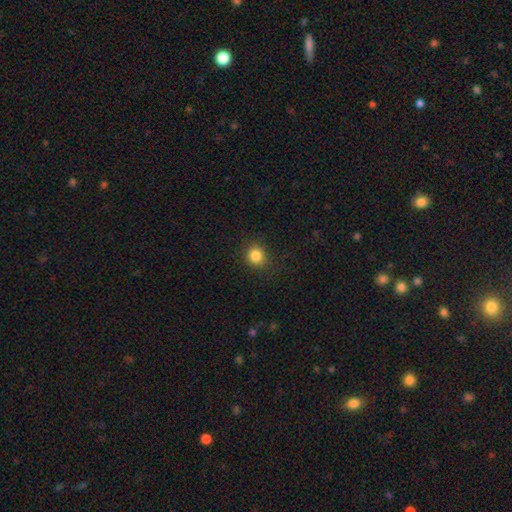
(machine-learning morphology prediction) Q: Smooth or featured?
A: smooth (84%); runner-up: star or artifact (12%)
Q: How rounded?
A: round (87%); runner-up: in between (13%)
Q: Merging?
A: none (87%); runner-up: minor disturbance (9%)